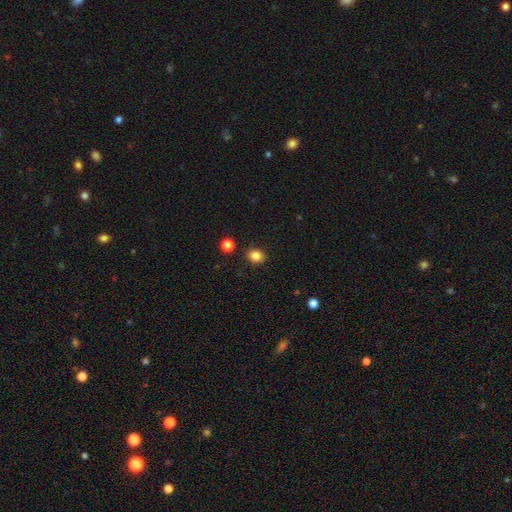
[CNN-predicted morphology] A smooth galaxy with no disk features (84%) that is round (67%). Merging: none (89%).